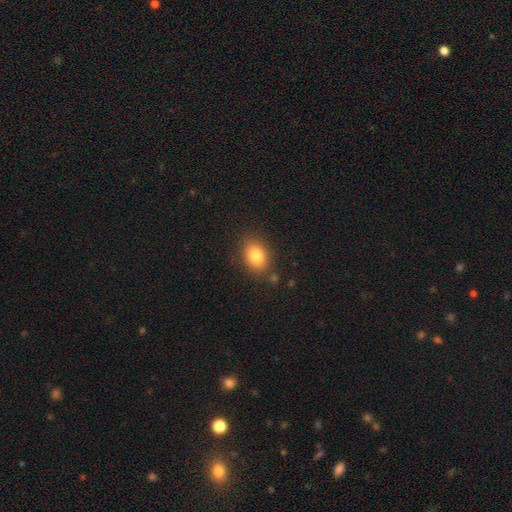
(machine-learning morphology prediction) Overall: smooth (83%). How rounded: in between (72%). Merging: none (82%).